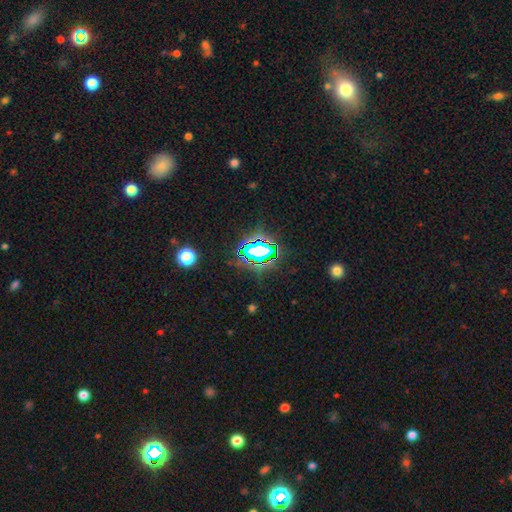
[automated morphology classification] Smooth or featured? Predicted: star or artifact (p=0.71).